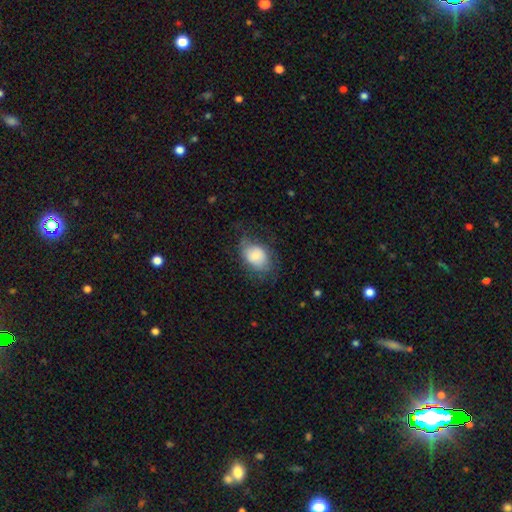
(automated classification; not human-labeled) Q: Smooth or featured?
A: smooth (73%); runner-up: featured or disk (19%)
Q: How rounded?
A: in between (74%); runner-up: round (25%)
Q: Merging?
A: none (55%); runner-up: minor disturbance (26%)